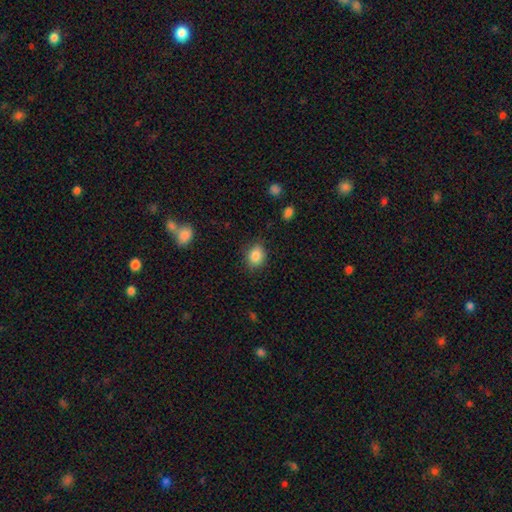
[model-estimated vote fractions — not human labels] Overall: smooth (86%). How rounded: in between (55%; round 44%). Merging: none (82%).